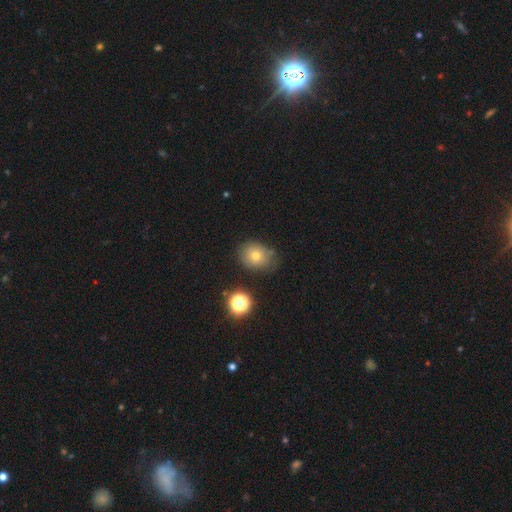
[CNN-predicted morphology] smooth_or_featured: smooth (p=0.72) [alt: star or artifact p=0.15]
how_rounded: round (p=0.65) [alt: in between p=0.34]
merging: none (p=0.71) [alt: minor disturbance p=0.21]